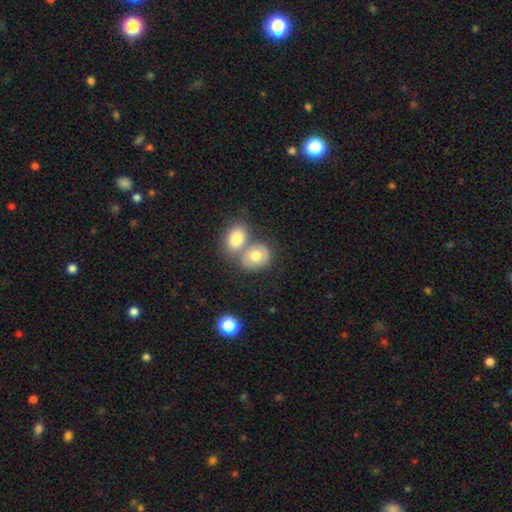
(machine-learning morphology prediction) smooth_or_featured: smooth (p=0.73) [alt: featured or disk p=0.19]
how_rounded: round (p=0.50) [alt: in between p=0.48]
merging: merger (p=0.49) [alt: none p=0.37]